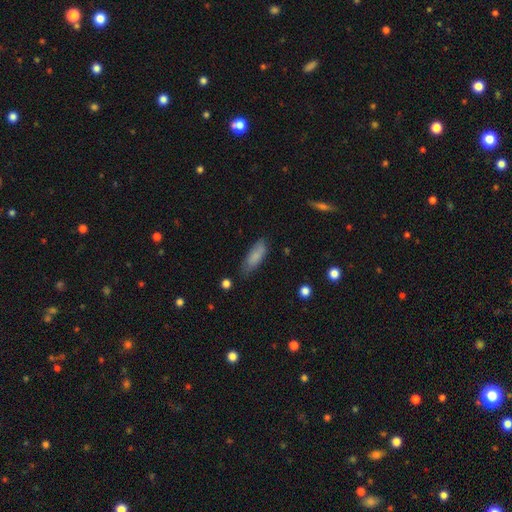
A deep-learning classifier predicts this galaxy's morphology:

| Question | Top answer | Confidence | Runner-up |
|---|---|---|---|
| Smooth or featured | smooth | 84% | featured or disk (9%) |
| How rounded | in between | 64% | cigar-shaped (34%) |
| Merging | none | 71% | minor disturbance (22%) |